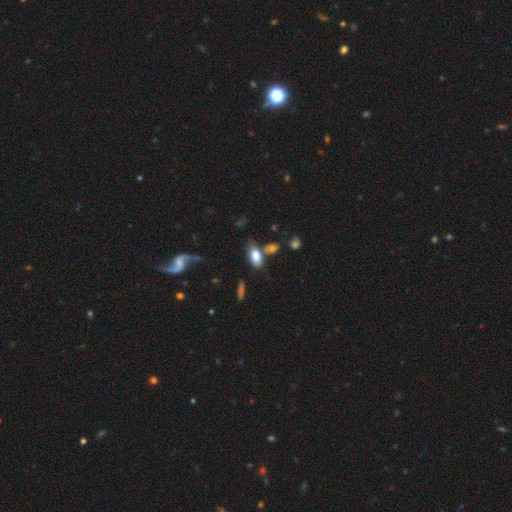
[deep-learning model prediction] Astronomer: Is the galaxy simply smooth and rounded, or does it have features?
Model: smooth — 79%.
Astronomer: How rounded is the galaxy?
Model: in between — 92%.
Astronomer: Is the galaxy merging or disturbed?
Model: none — 60%.